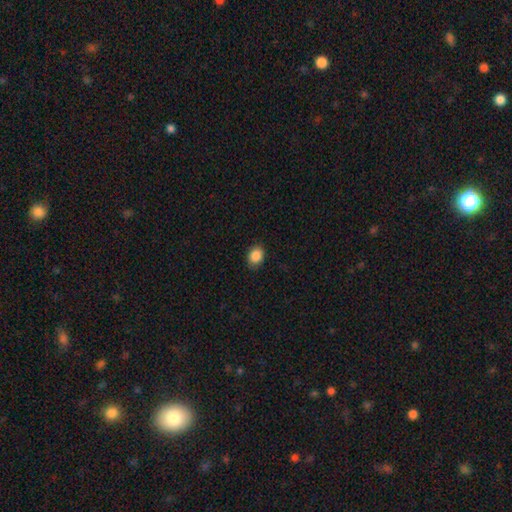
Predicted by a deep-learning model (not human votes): Smooth or featured? smooth (88%)
How rounded? in between (53%)
Merging? none (86%)